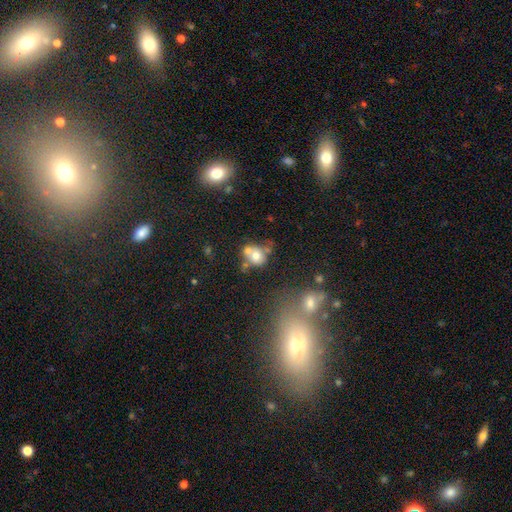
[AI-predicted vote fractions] A smooth galaxy with no disk features (67%) that is round (65%).

Vote fractions:
- Smooth or featured? smooth: 67% / featured or disk: 21% / star or artifact: 13%
- How rounded? round: 65% / in between: 33% / cigar-shaped: 1%
- Merging? merger: 42% / none: 36% / minor disturbance: 14% / major disturbance: 7%